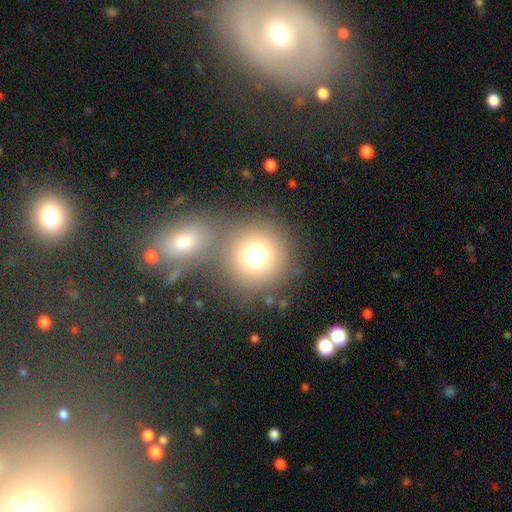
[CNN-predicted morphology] Q: Smooth or featured?
A: smooth (71%); runner-up: star or artifact (18%)
Q: How rounded?
A: round (93%); runner-up: in between (6%)
Q: Merging?
A: none (57%); runner-up: merger (32%)